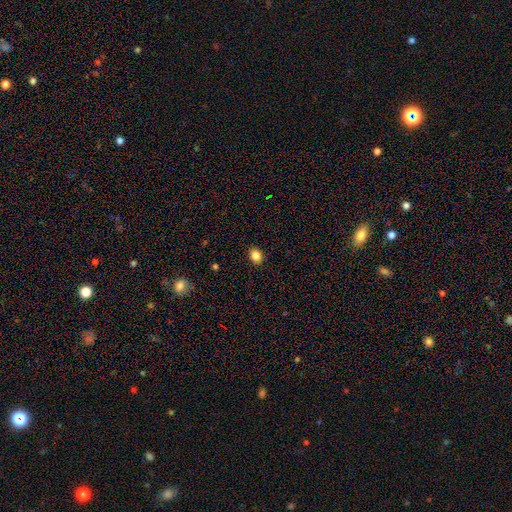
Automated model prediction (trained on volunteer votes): This appears to be a smooth galaxy with no disk features (85%) that is round (56%). Merging: none (90%).